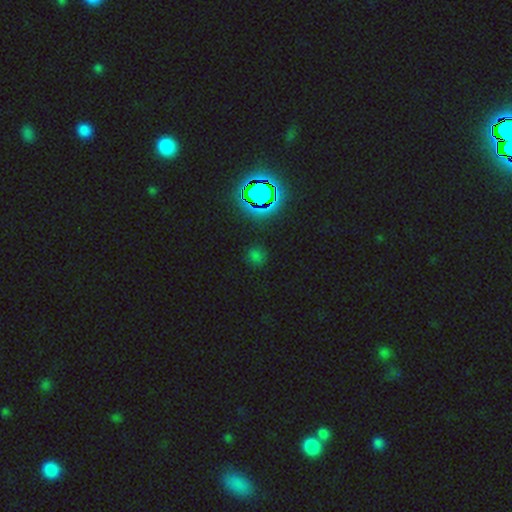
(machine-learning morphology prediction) Overall: star or artifact (48%; smooth 44%).